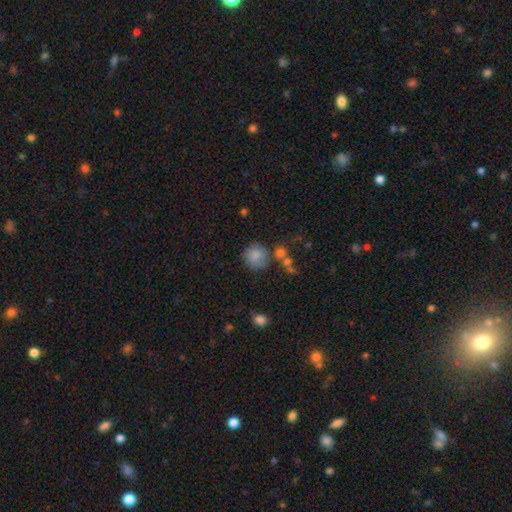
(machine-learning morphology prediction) Smooth or featured? Predicted: smooth (p=0.82). How rounded? Predicted: round (p=0.90). Merging? Predicted: none (p=0.70).